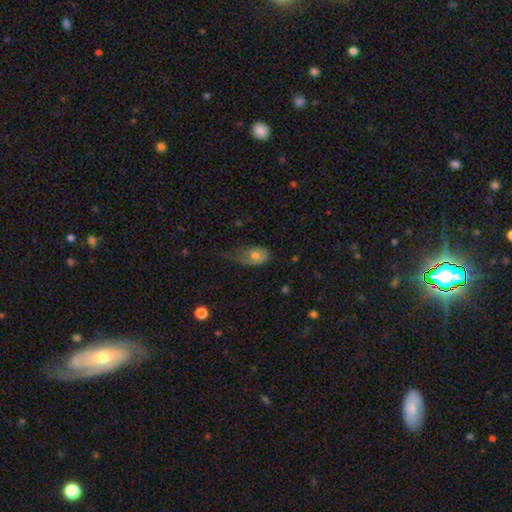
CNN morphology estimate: smooth 62%, featured or disk 30%, star or artifact 8%. Down the decision tree: how rounded — in between (82%); merging — major disturbance (45%).